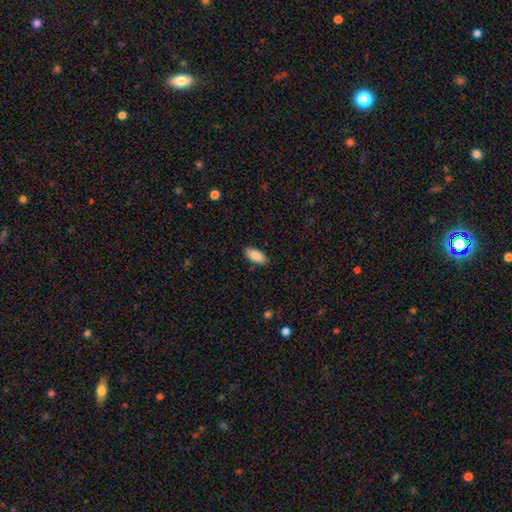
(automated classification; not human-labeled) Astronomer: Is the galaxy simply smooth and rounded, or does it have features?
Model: smooth — 88%.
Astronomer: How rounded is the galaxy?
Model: in between — 89%.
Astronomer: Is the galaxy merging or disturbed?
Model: none — 87%.